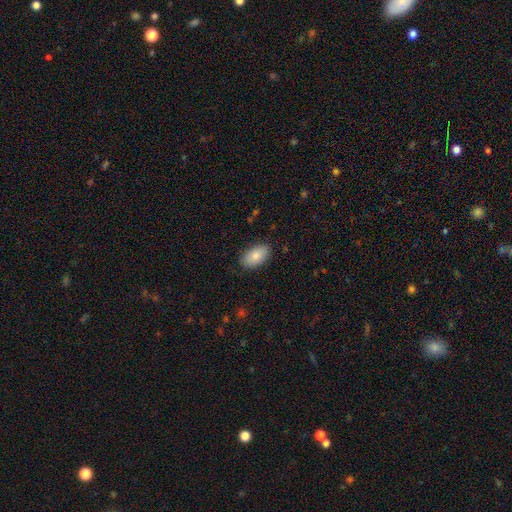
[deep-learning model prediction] smooth 83%, featured or disk 10%, star or artifact 6%. Down the decision tree: how rounded — in between (94%); merging — none (85%).